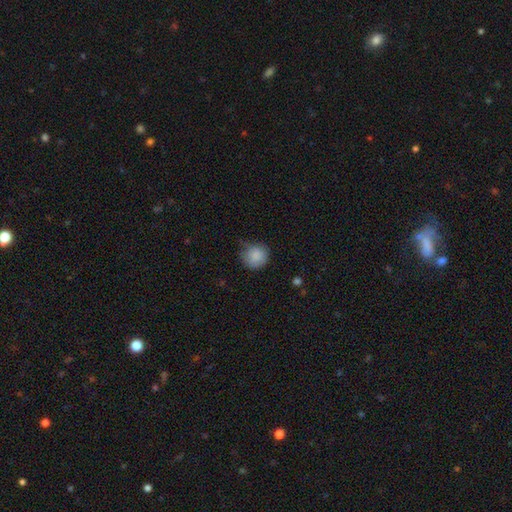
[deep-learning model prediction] Smooth or featured?
  - smooth: 86% *
  - star or artifact: 8%
  - featured or disk: 6%
How rounded?
  - round: 90% *
  - in between: 9%
  - cigar-shaped: 1%
Merging?
  - none: 60% *
  - minor disturbance: 31%
  - major disturbance: 7%
  - merger: 2%